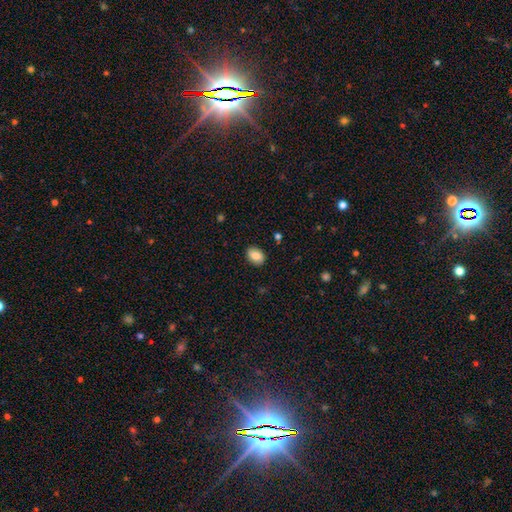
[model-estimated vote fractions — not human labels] Morphology: type=smooth (86%); roundness=in between (77%); merging=none (88%).